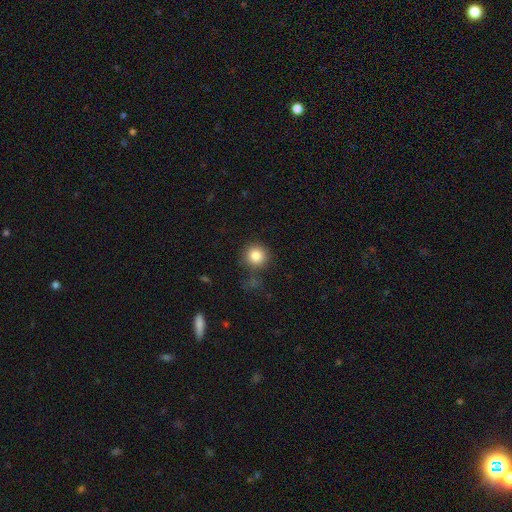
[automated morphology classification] The model was most divided on "merging": none: 80%, minor disturbance: 12%, major disturbance: 5%, merger: 4%. More confident: how rounded — round (93%); smooth or featured — smooth (85%).